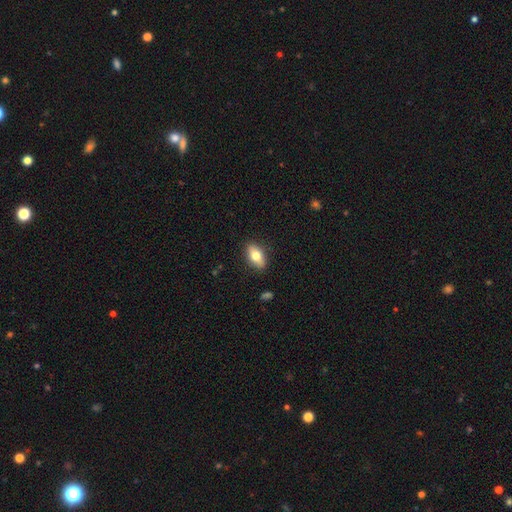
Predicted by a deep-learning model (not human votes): The model was most divided on "smooth or featured": smooth: 68%, featured or disk: 25%, star or artifact: 7%. More confident: merging — none (86%); how rounded — in between (82%).